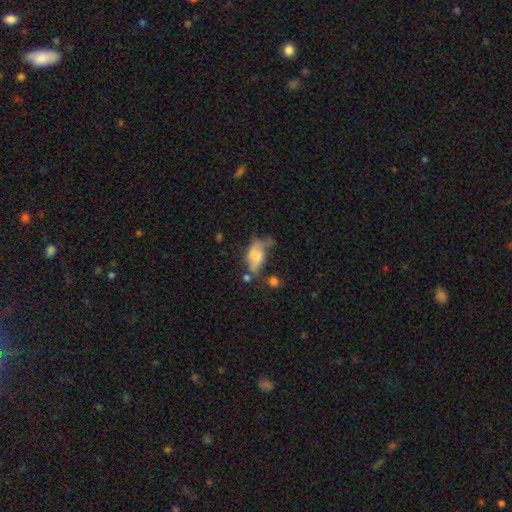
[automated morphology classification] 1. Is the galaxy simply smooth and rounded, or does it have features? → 63% smooth, 27% featured or disk, 10% star or artifact.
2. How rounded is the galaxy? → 87% in between, 7% round, 6% cigar-shaped.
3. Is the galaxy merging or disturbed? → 29% minor disturbance, 28% major disturbance, 27% none, 15% merger.